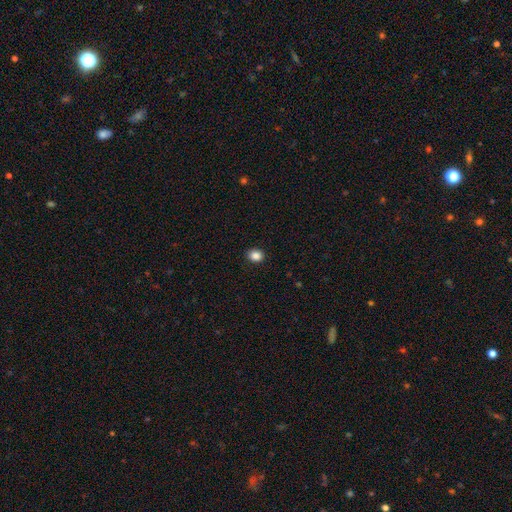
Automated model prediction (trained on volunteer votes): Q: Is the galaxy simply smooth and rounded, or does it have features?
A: smooth — 87%.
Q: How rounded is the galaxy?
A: round — 60%.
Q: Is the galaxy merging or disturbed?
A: none — 91%.